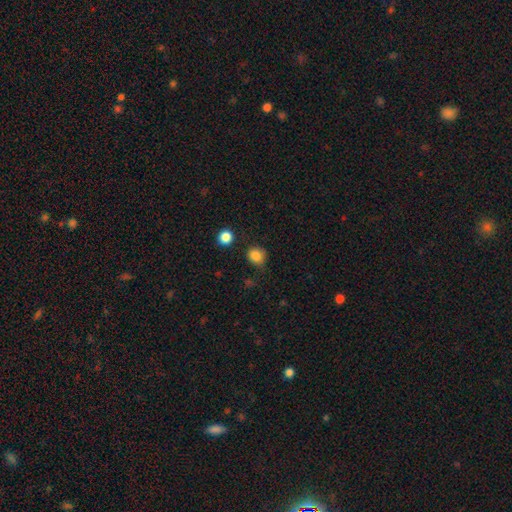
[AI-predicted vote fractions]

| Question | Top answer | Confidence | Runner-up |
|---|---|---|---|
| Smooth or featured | smooth | 85% | star or artifact (12%) |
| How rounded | round | 79% | in between (20%) |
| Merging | none | 78% | minor disturbance (15%) |